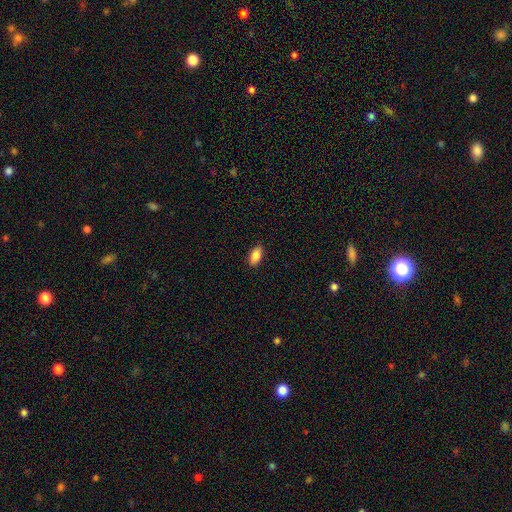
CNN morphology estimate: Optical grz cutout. It shows a smooth galaxy with no disk features (87%) that is in between round and cigar-shaped (91%). Merging: none (89%).